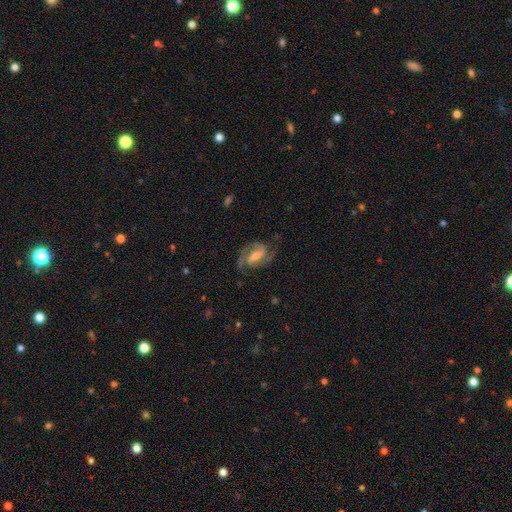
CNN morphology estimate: smooth_or_featured: featured or disk (p=0.91) [alt: star or artifact p=0.05]
disk_edge_on: no (p=0.97) [alt: yes p=0.03]
bar: strong (p=0.42) [tied with: weak p=0.42]
has_spiral_arms: yes (p=0.98) [alt: no p=0.02]
spiral_winding: medium (p=0.55) [alt: tight p=0.34]
spiral_arm_count: 2 (p=0.91) [alt: 3 p=0.04]
bulge_size: moderate (p=0.49) [alt: small p=0.42]
merging: none (p=0.81) [alt: minor disturbance p=0.13]